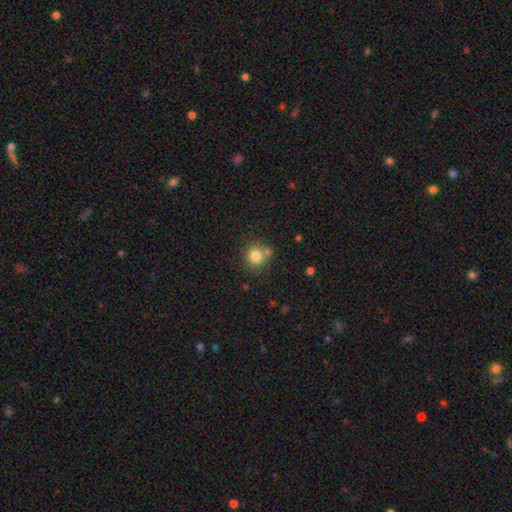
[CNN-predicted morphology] smooth_or_featured: smooth (p=0.79) [alt: star or artifact p=0.12]
how_rounded: round (p=0.90) [alt: in between p=0.09]
merging: none (p=0.65) [alt: merger p=0.20]